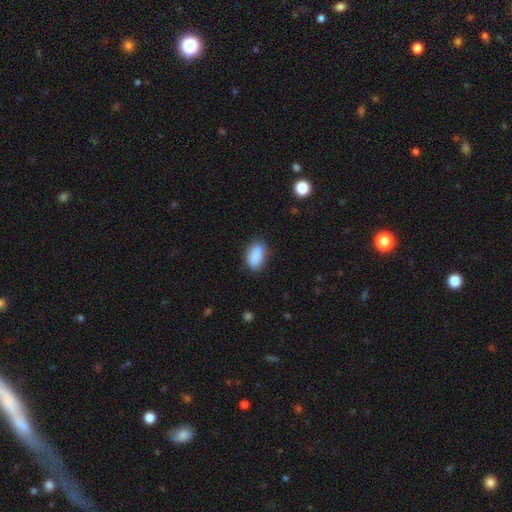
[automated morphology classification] smooth_or_featured: smooth (p=0.86) [alt: star or artifact p=0.08]
how_rounded: in between (p=0.89) [alt: round p=0.06]
merging: none (p=0.73) [alt: minor disturbance p=0.19]